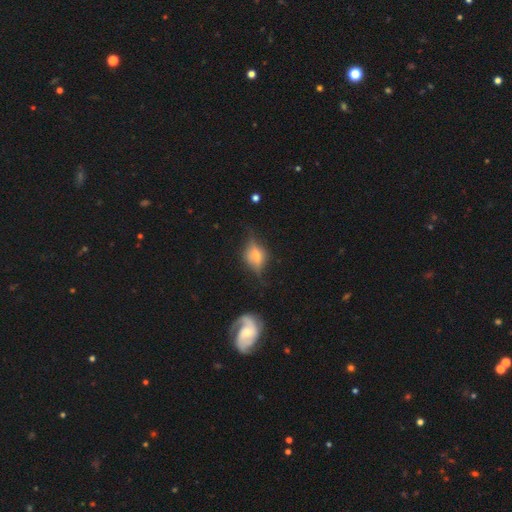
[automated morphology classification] Smooth or featured: featured or disk — 65% (smooth — 26%)
Edge-on disk: yes — 82% (no — 18%)
Edge-on bulge: rounded — 88% (boxy — 10%)
Merging: none — 67% (minor disturbance — 21%)